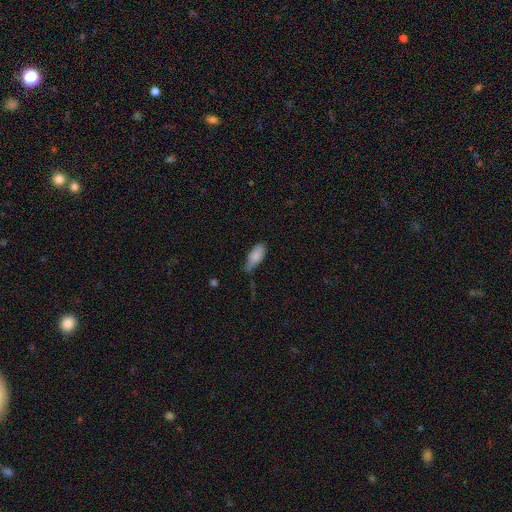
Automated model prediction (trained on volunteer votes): Smooth or featured?
  - smooth: 85% *
  - featured or disk: 8%
  - star or artifact: 7%
How rounded?
  - in between: 83% *
  - cigar-shaped: 14%
  - round: 2%
Merging?
  - none: 44% *
  - minor disturbance: 41%
  - major disturbance: 11%
  - merger: 4%